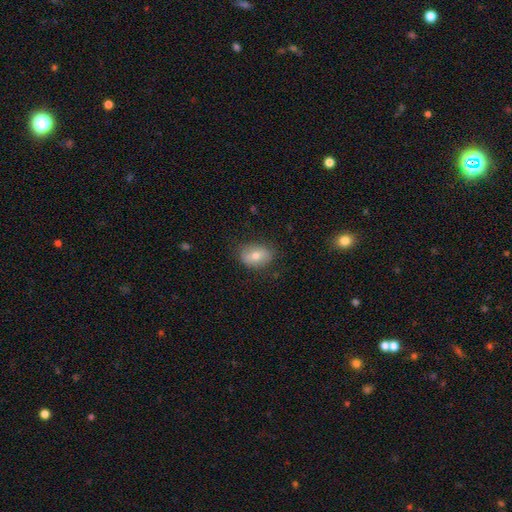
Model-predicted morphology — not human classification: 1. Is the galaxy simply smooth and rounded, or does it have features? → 69% smooth, 23% featured or disk, 9% star or artifact.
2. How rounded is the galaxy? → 80% in between, 18% round, 2% cigar-shaped.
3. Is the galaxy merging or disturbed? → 79% none, 16% minor disturbance, 4% major disturbance, 1% merger.